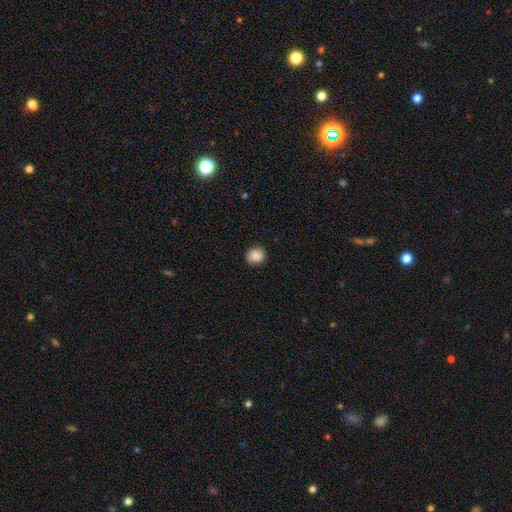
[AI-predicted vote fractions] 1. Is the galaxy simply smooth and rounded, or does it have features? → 86% smooth, 9% star or artifact, 5% featured or disk.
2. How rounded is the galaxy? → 74% round, 25% in between, 1% cigar-shaped.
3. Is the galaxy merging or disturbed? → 86% none, 11% minor disturbance, 2% major disturbance, 1% merger.